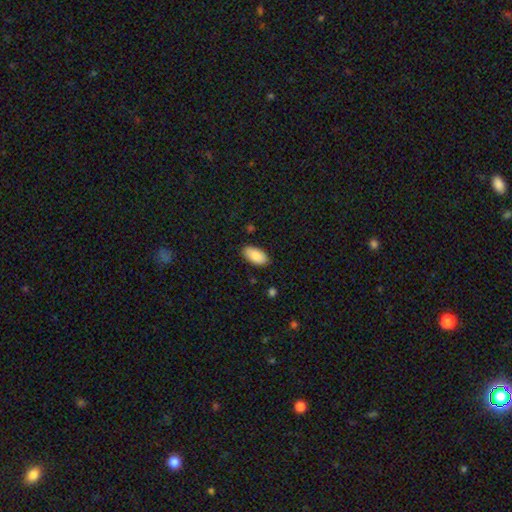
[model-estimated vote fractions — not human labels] This appears to be a smooth galaxy with no disk features (90%) that is in between round and cigar-shaped (95%). Merging: none (87%).